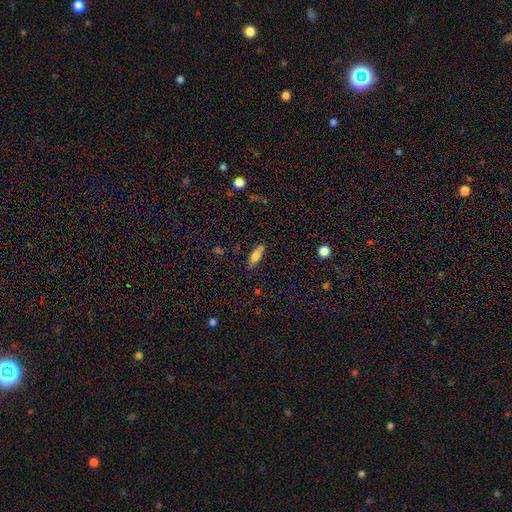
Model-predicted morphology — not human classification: smooth-or-featured: smooth: 73% | featured or disk: 19% | star or artifact: 8%
  how-rounded: in between: 60% | cigar-shaped: 37% | round: 3%
  merging: none: 78% | minor disturbance: 16% | major disturbance: 4% | merger: 3%